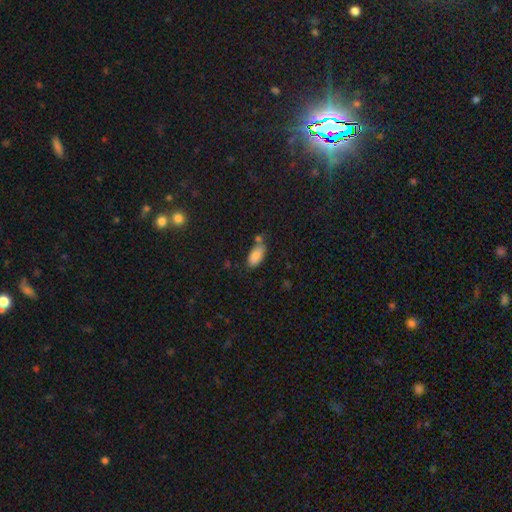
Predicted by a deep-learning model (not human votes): Q: Smooth or featured?
A: smooth (83%); runner-up: star or artifact (8%)
Q: How rounded?
A: in between (92%); runner-up: cigar-shaped (5%)
Q: Merging?
A: none (55%); runner-up: minor disturbance (20%)